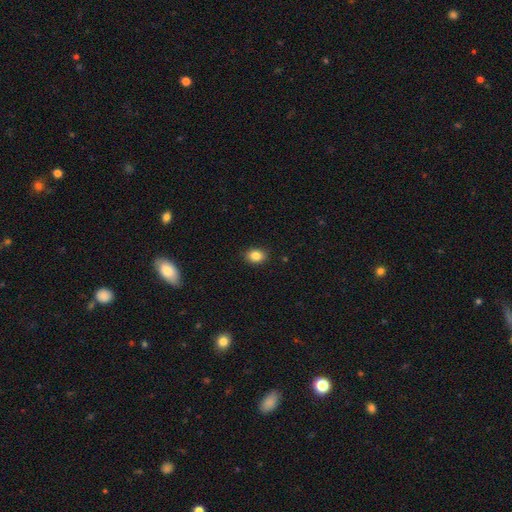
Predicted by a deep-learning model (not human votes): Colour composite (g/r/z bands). It shows a smooth galaxy with no disk features (85%) that is in between round and cigar-shaped (56%). Merging: none (90%).